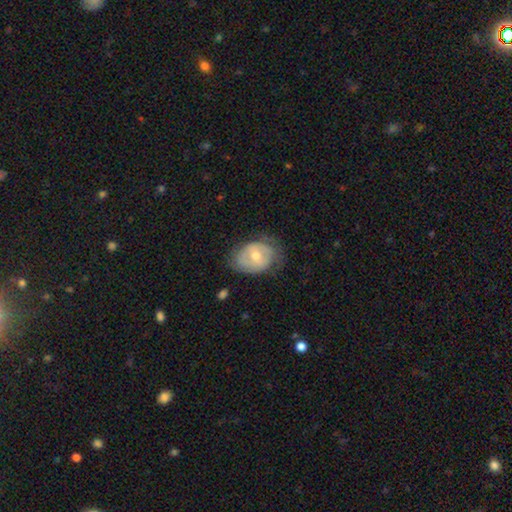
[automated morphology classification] Smooth or featured: featured or disk — 57% (smooth — 37%)
Edge-on disk: no — 95% (yes — 5%)
Bar: no — 50% (weak — 39%)
Spiral arms: yes — 60% (no — 40%)
Bulge size: moderate — 63% (small — 32%)
Merging: none — 63% (minor disturbance — 26%)